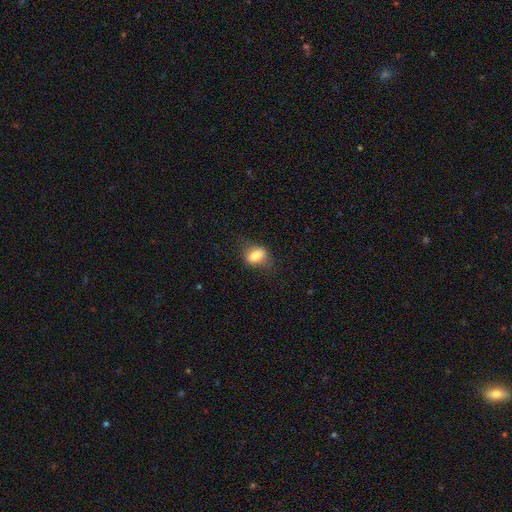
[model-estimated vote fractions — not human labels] Smooth or featured? Predicted: smooth (p=0.70). How rounded? Predicted: in between (p=0.74). Merging? Predicted: none (p=0.75).